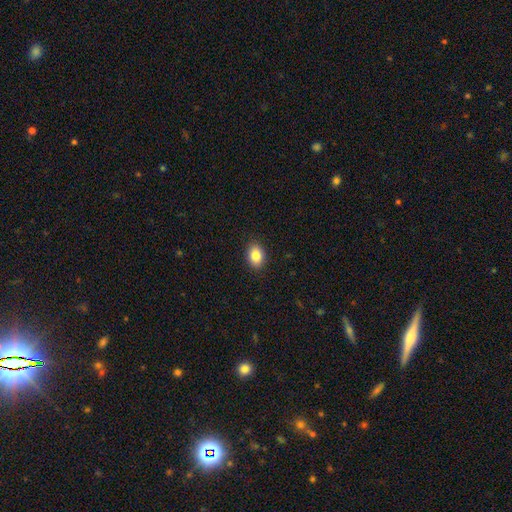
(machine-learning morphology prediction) type=smooth (84%); roundness=in between (76%); merging=none (90%).